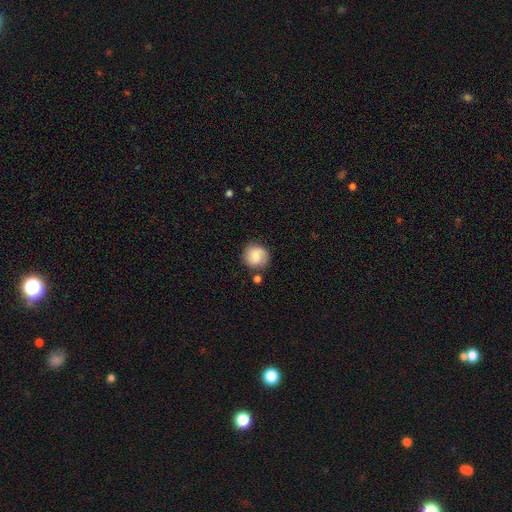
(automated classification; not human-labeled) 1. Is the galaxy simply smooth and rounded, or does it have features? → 76% smooth, 16% featured or disk, 8% star or artifact.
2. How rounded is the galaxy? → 91% round, 8% in between, 1% cigar-shaped.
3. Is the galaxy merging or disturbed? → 76% none, 14% minor disturbance, 6% merger, 4% major disturbance.